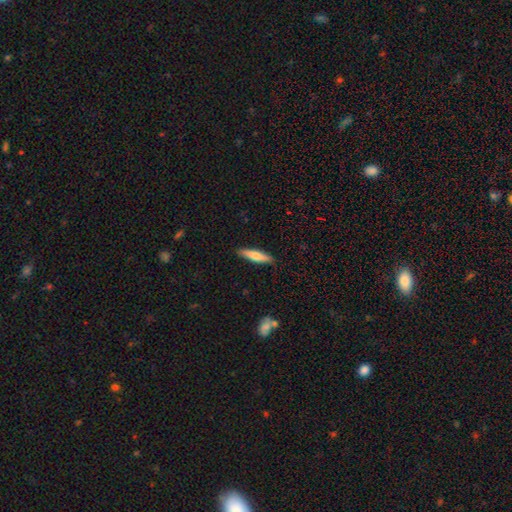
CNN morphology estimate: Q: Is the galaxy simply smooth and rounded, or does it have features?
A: smooth — 68%.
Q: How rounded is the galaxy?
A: cigar-shaped — 79%.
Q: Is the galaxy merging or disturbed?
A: none — 89%.